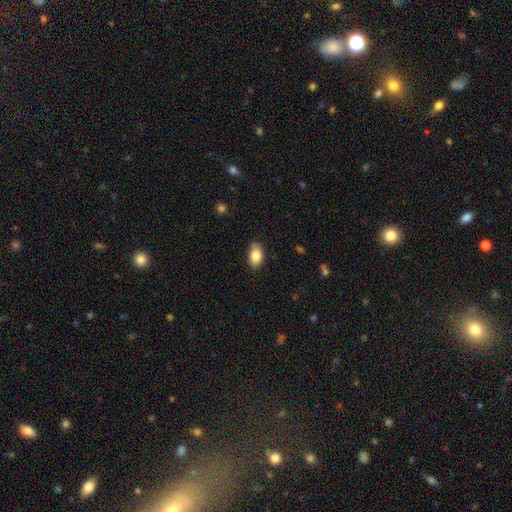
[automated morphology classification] This is clearly a smooth galaxy (84%). How rounded: clearly in between (92%). Merging: clearly none (82%).